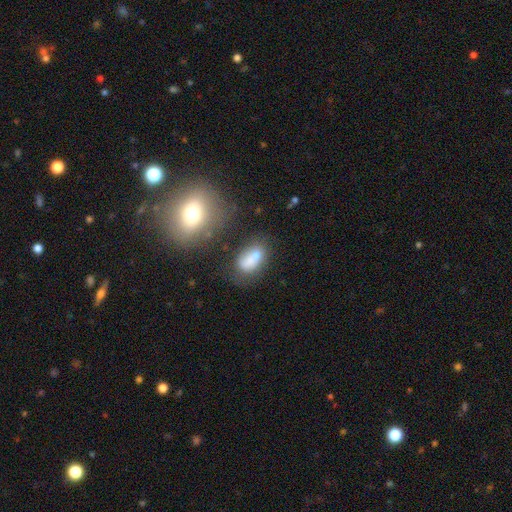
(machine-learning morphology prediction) Q: Smooth or featured?
A: smooth (71%); runner-up: featured or disk (18%)
Q: How rounded?
A: in between (85%); runner-up: round (10%)
Q: Merging?
A: none (41%); runner-up: merger (29%)